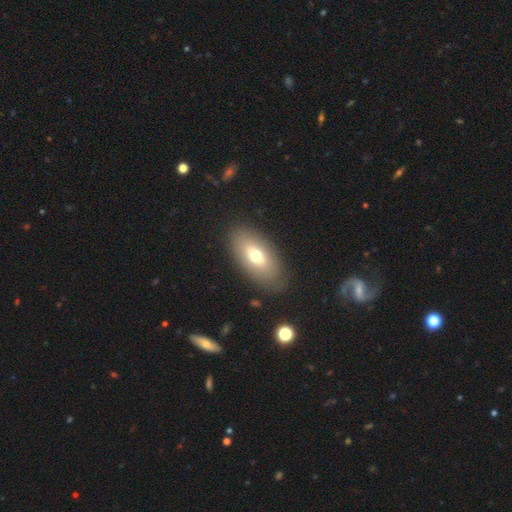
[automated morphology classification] The model was most divided on "smooth or featured": smooth: 67%, featured or disk: 25%, star or artifact: 8%. More confident: how rounded — in between (90%); merging — none (84%).